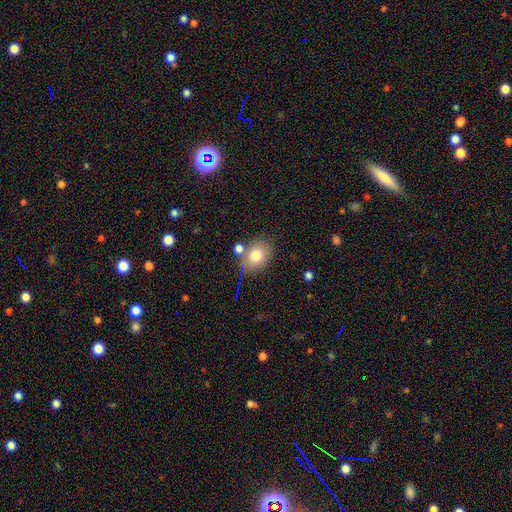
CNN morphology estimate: Smooth or featured? Predicted: smooth (p=0.77). How rounded? Predicted: in between (p=0.57). Merging? Predicted: none (p=0.69).